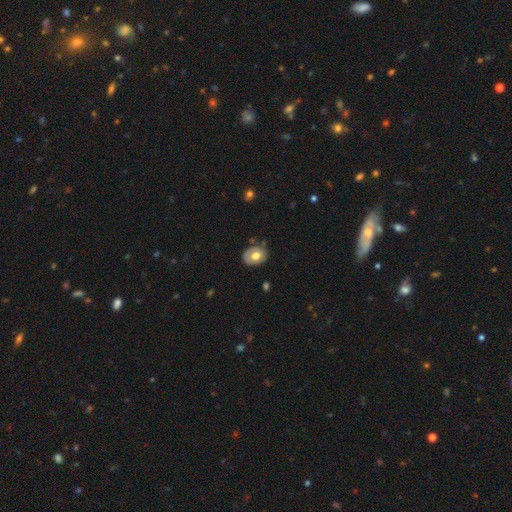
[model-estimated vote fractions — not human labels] Morphology: type=smooth (61%); roundness=in between (61%); merging=none (72%).